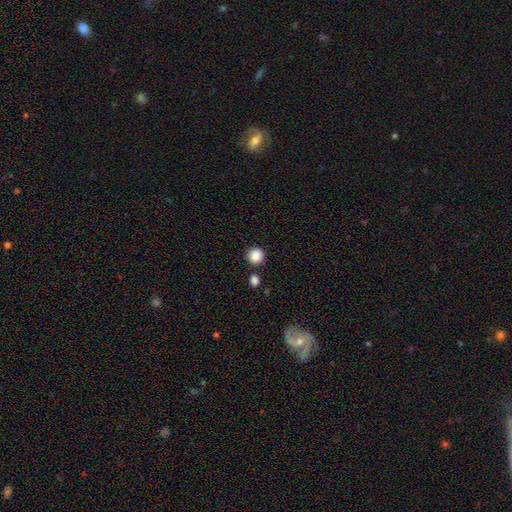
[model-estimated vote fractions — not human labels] This is clearly a smooth galaxy (88%). How rounded: clearly round (93%). Merging: clearly none (83%).